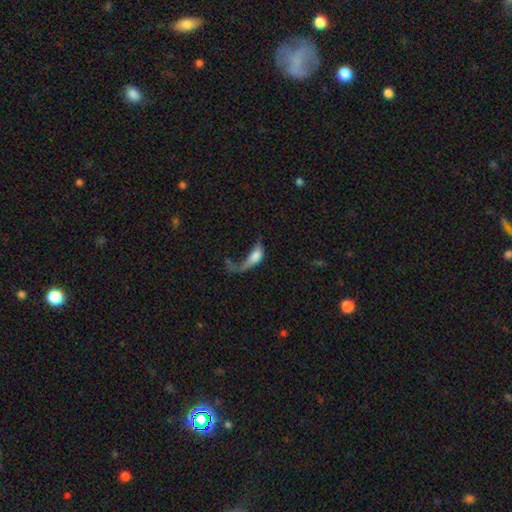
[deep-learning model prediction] smooth 59%, featured or disk 32%, star or artifact 9%. Down the decision tree: how rounded — in between (72%); merging — major disturbance (60%).